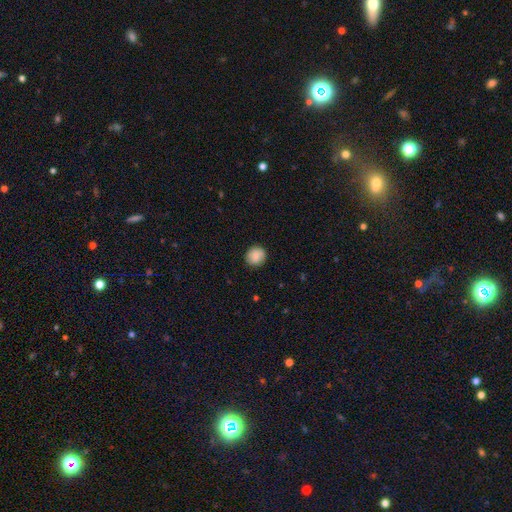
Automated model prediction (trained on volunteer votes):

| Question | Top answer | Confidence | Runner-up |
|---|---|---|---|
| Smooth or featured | smooth | 81% | featured or disk (11%) |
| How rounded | round | 89% | in between (10%) |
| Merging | none | 87% | minor disturbance (10%) |